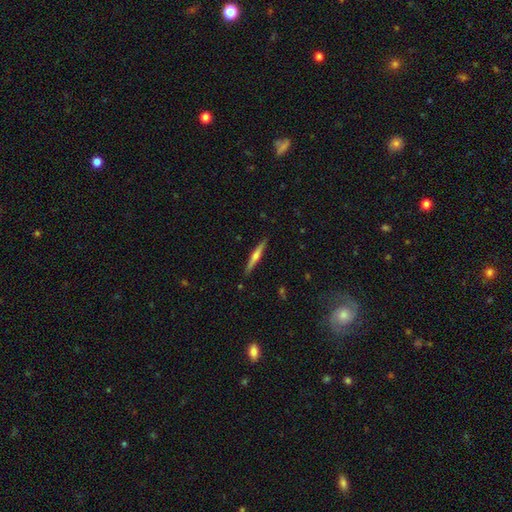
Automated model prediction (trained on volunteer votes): Smooth or featured? Predicted: featured or disk (p=0.62). Edge-on disk? Predicted: yes (p=0.98). Edge-on bulge? Predicted: rounded (p=0.82). Merging? Predicted: none (p=0.90).